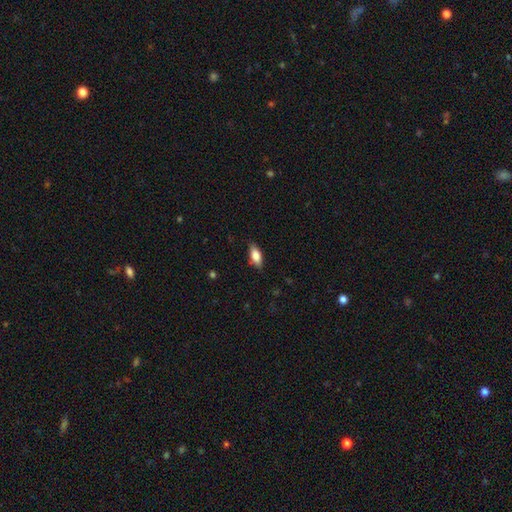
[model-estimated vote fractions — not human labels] This is likely a smooth galaxy (77%). How rounded: clearly in between (81%). Merging: clearly none (83%).